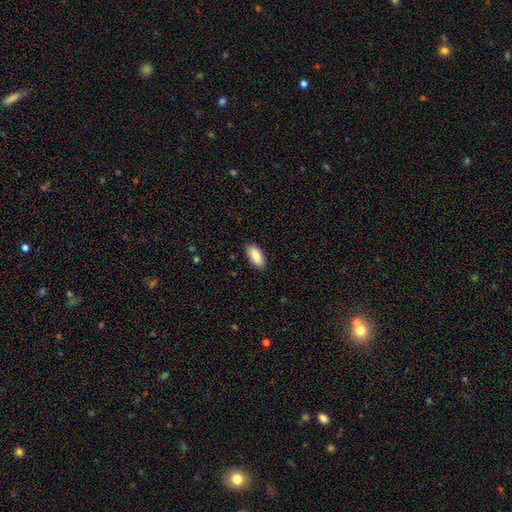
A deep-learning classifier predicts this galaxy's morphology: type=smooth (89%); roundness=in between (91%); merging=none (87%).